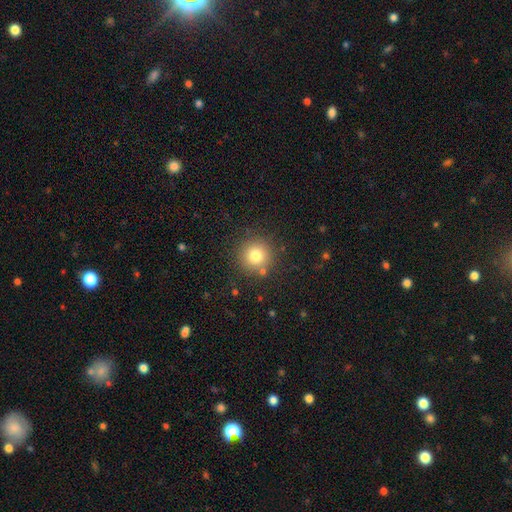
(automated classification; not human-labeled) Smooth or featured?
  - smooth: 79% *
  - star or artifact: 13%
  - featured or disk: 9%
How rounded?
  - round: 95% *
  - in between: 4%
  - cigar-shaped: 1%
Merging?
  - none: 87% *
  - minor disturbance: 7%
  - merger: 3%
  - major disturbance: 3%